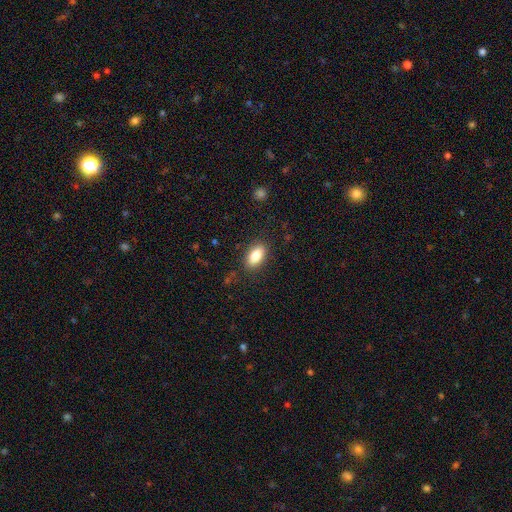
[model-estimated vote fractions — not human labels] A smooth galaxy with no disk features (82%) that is in between round and cigar-shaped (89%). Merging: none (86%).